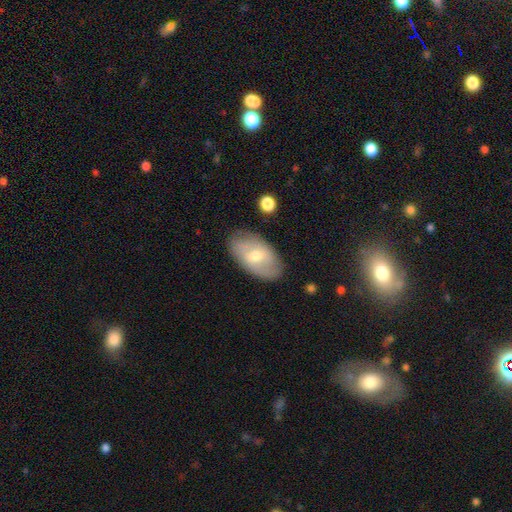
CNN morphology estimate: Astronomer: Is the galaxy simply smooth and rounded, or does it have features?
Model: smooth — 49% (runner-up: featured or disk, 44%).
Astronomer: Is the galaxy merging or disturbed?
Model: none — 81%.